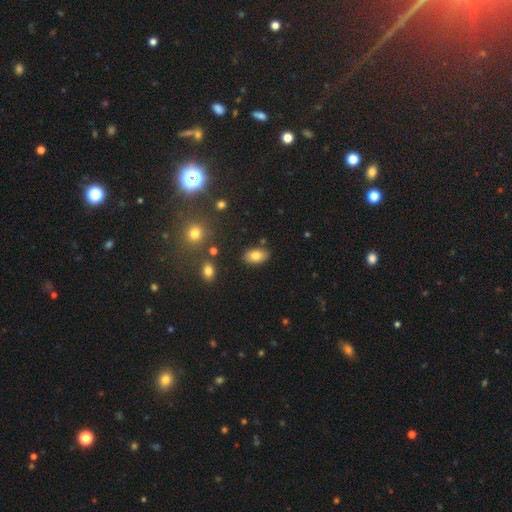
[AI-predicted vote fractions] Smooth or featured: smooth — 81% (featured or disk — 11%)
How rounded: in between — 91% (round — 8%)
Merging: none — 83% (minor disturbance — 11%)